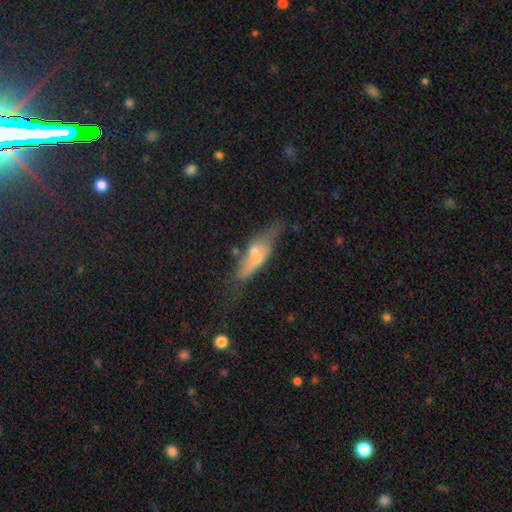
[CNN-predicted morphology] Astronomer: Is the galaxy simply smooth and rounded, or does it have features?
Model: smooth — 47% (runner-up: featured or disk, 43%).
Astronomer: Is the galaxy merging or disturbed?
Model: none — 42% (runner-up: minor disturbance, 24%).